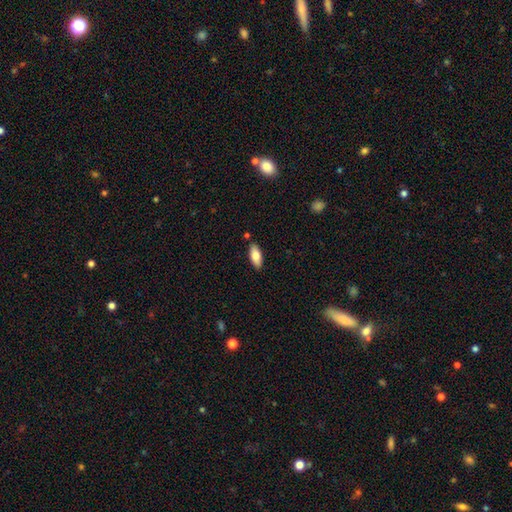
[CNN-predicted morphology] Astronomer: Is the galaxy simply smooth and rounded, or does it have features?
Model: smooth — 79%.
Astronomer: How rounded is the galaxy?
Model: in between — 84%.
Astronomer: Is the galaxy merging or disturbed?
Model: none — 85%.